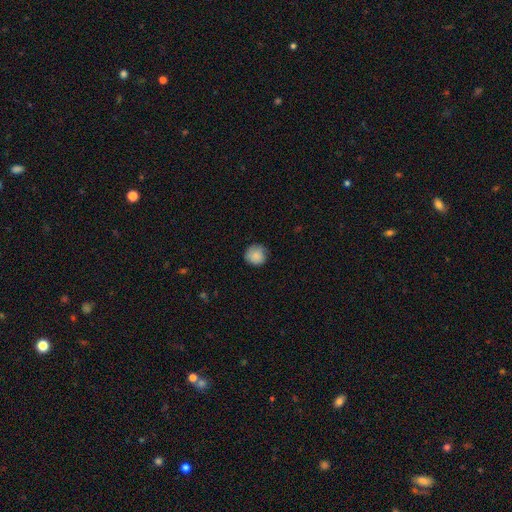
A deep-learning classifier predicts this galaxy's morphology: Smooth or featured? smooth (86%)
How rounded? round (93%)
Merging? none (82%)